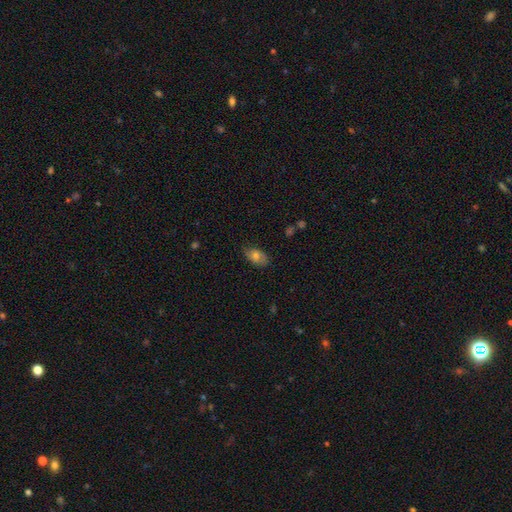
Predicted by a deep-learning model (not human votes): Overall: smooth (69%). How rounded: in between (91%). Merging: none (74%).